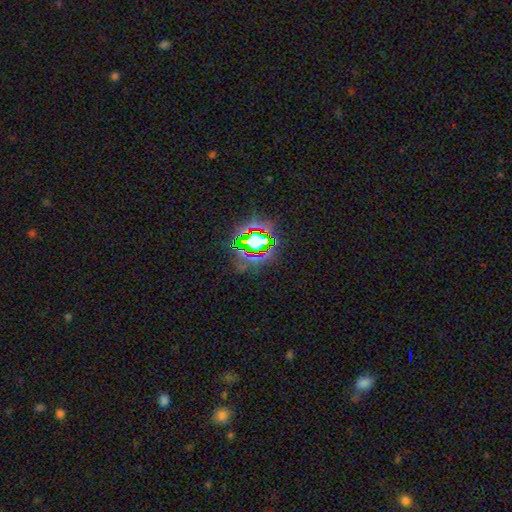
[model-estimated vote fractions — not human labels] Smooth or featured: star or artifact — 76% (smooth — 14%)